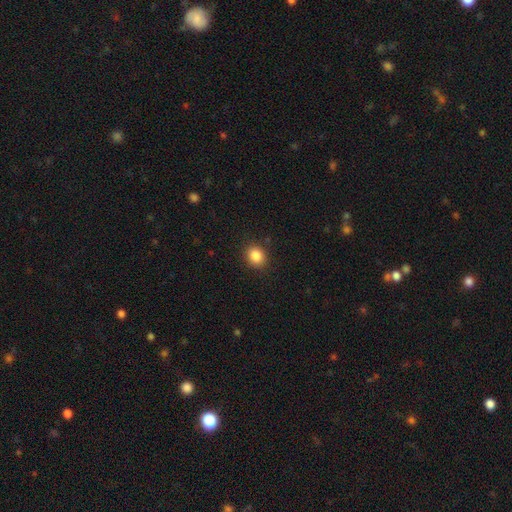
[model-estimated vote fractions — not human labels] Smooth or featured: smooth — 86% (star or artifact — 10%)
How rounded: round — 65% (in between — 34%)
Merging: none — 88% (minor disturbance — 8%)